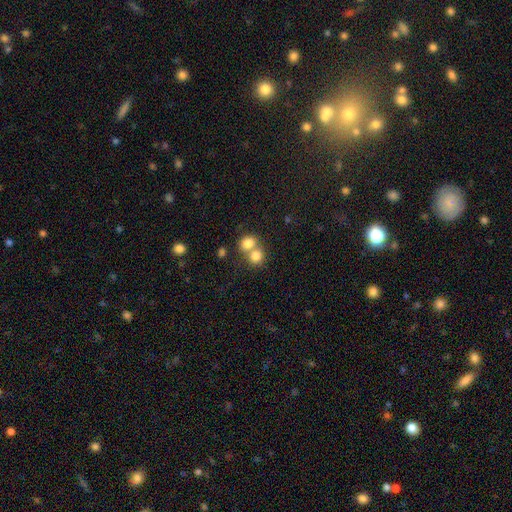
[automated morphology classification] Smooth or featured?
  - smooth: 80% *
  - featured or disk: 11%
  - star or artifact: 10%
How rounded?
  - round: 68% *
  - in between: 31%
  - cigar-shaped: 1%
Merging?
  - merger: 60% *
  - none: 32%
  - minor disturbance: 6%
  - major disturbance: 3%